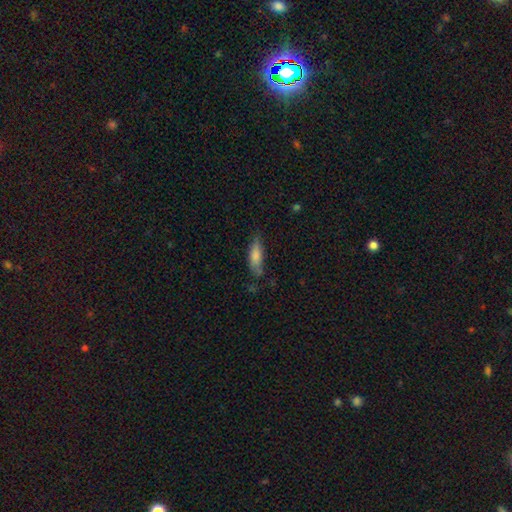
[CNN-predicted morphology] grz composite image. It shows a smooth galaxy with no disk features (76%) that is in between round and cigar-shaped (52%). Merging: none (62%).